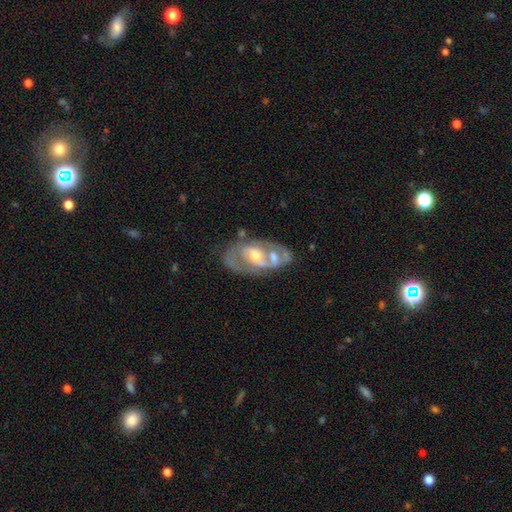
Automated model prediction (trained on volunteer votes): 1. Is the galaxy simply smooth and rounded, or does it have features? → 79% featured or disk, 15% smooth, 6% star or artifact.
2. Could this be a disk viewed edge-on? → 93% no, 7% yes.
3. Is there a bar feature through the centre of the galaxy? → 49% no, 34% weak, 17% strong.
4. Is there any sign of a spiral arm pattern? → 63% yes, 37% no.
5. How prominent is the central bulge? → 62% moderate, 30% small, 5% large, 1% none, 1% dominant.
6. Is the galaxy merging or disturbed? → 58% none, 18% minor disturbance, 15% merger, 9% major disturbance.